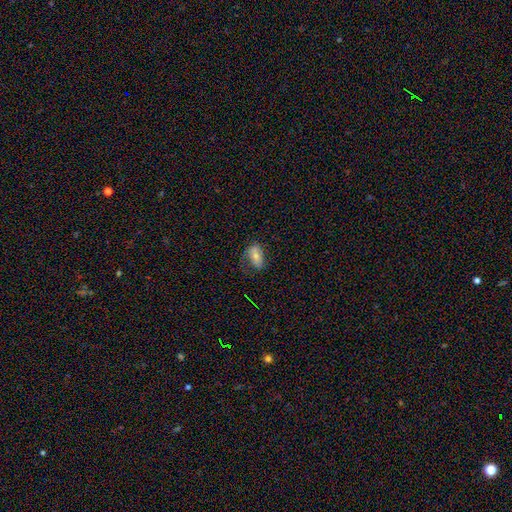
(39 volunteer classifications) A smooth galaxy with no disk features (72%) that is in between round and cigar-shaped (86%). Merging: none (59%).